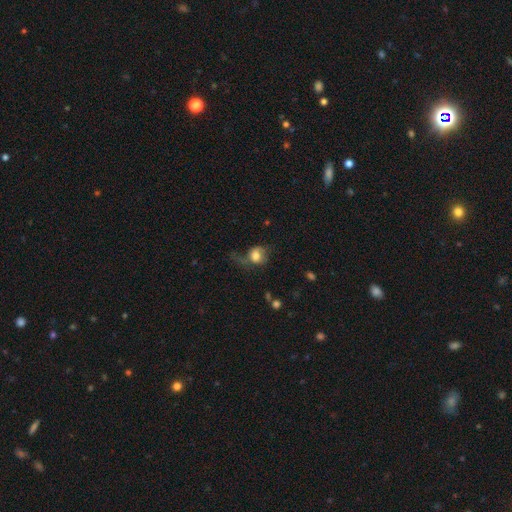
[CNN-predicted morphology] A smooth galaxy with no disk features (70%) that is round (62%). Merging: major disturbance (43%).